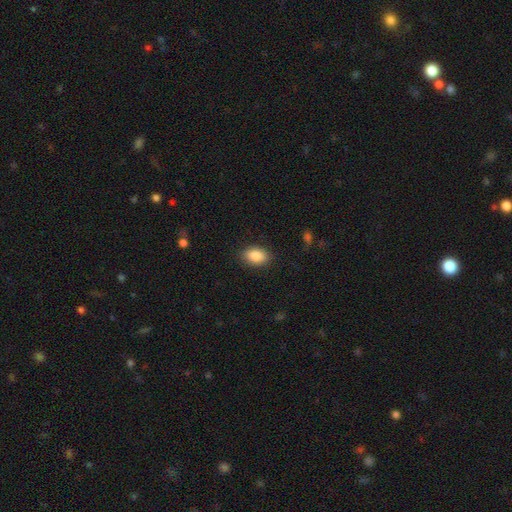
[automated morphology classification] Q: Smooth or featured?
A: smooth (87%); runner-up: star or artifact (7%)
Q: How rounded?
A: in between (89%); runner-up: round (9%)
Q: Merging?
A: none (87%); runner-up: minor disturbance (9%)